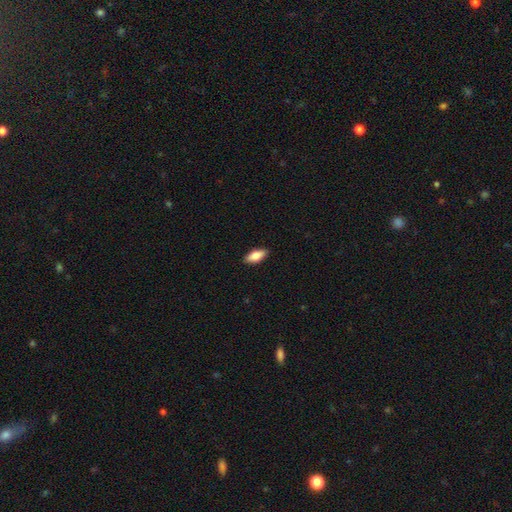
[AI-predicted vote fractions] smooth_or_featured: smooth (p=0.79) [alt: featured or disk p=0.15]
how_rounded: in between (p=0.83) [alt: cigar-shaped p=0.15]
merging: none (p=0.89) [alt: minor disturbance p=0.08]